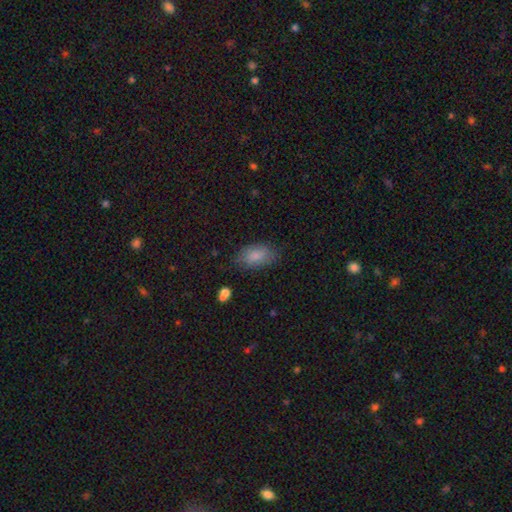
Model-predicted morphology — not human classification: Smooth or featured? Predicted: smooth (p=0.84). How rounded? Predicted: in between (p=0.92). Merging? Predicted: none (p=0.77).